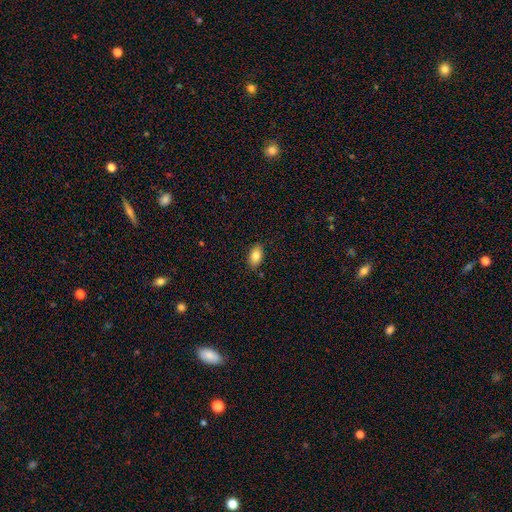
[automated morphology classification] smooth-or-featured: smooth: 83% | featured or disk: 9% | star or artifact: 8%
  how-rounded: in between: 91% | round: 6% | cigar-shaped: 3%
  merging: none: 86% | minor disturbance: 10% | major disturbance: 2% | merger: 1%